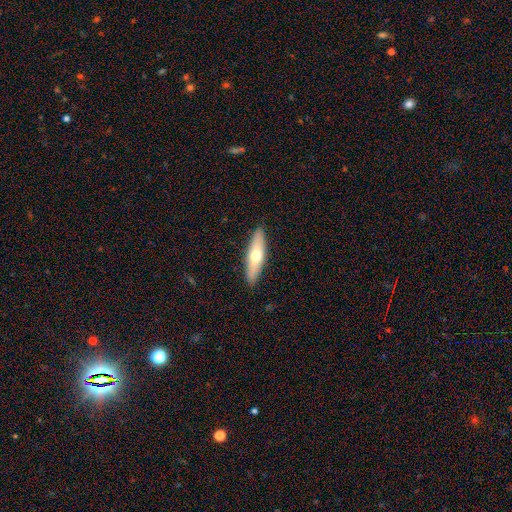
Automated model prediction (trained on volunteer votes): Smooth or featured: smooth — 55% (featured or disk — 40%)
How rounded: cigar-shaped — 65% (in between — 33%)
Merging: none — 89% (minor disturbance — 8%)